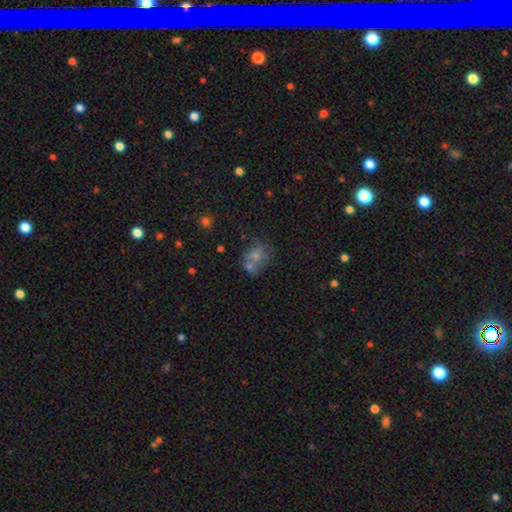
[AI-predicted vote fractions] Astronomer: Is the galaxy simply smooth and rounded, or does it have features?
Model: smooth — 50% (runner-up: star or artifact, 26%).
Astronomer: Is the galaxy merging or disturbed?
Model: none — 43% (runner-up: merger, 34%).